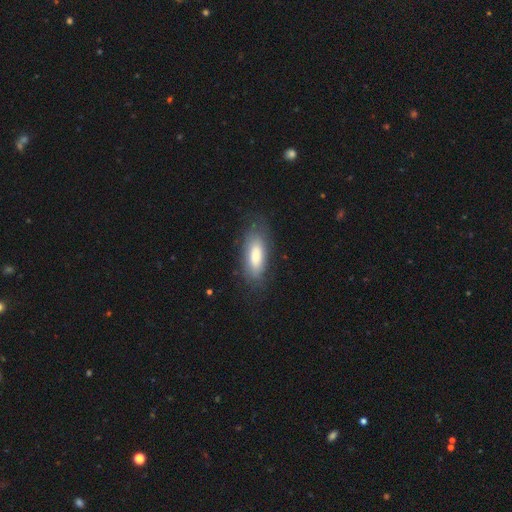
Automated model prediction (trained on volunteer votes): Smooth or featured: smooth — 78% (featured or disk — 16%)
How rounded: in between — 78% (cigar-shaped — 20%)
Merging: none — 74% (minor disturbance — 17%)